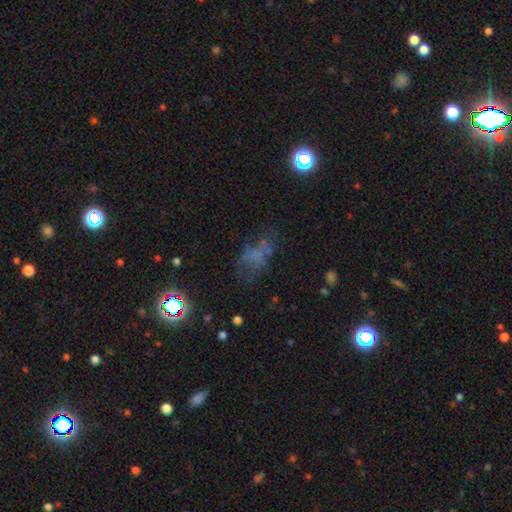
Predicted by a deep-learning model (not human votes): Q: Smooth or featured?
A: smooth (37%); runner-up: featured or disk (34%)
Q: Merging?
A: none (47%); runner-up: major disturbance (26%)